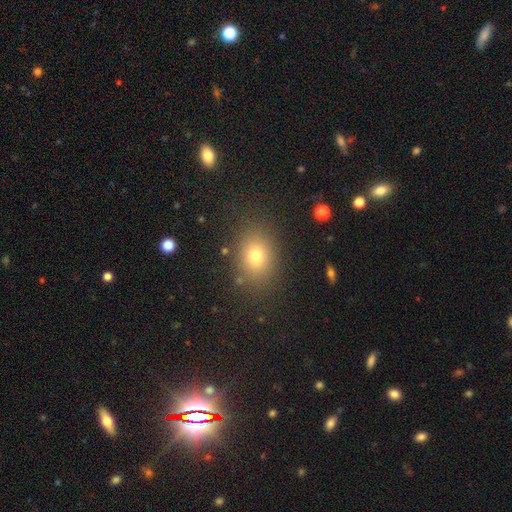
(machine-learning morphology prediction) The model was most divided on "how rounded": in between: 60%, round: 39%, cigar-shaped: 1%. More confident: merging — none (86%); smooth or featured — smooth (70%).